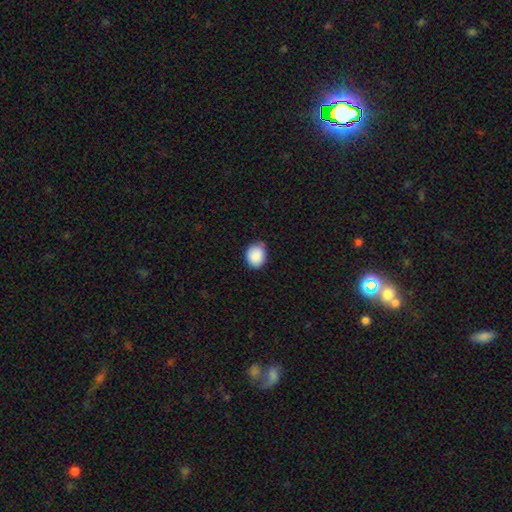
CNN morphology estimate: Smooth or featured?
  - smooth: 89% *
  - star or artifact: 7%
  - featured or disk: 3%
How rounded?
  - round: 60% *
  - in between: 39%
  - cigar-shaped: 1%
Merging?
  - none: 74% *
  - minor disturbance: 22%
  - major disturbance: 3%
  - merger: 2%